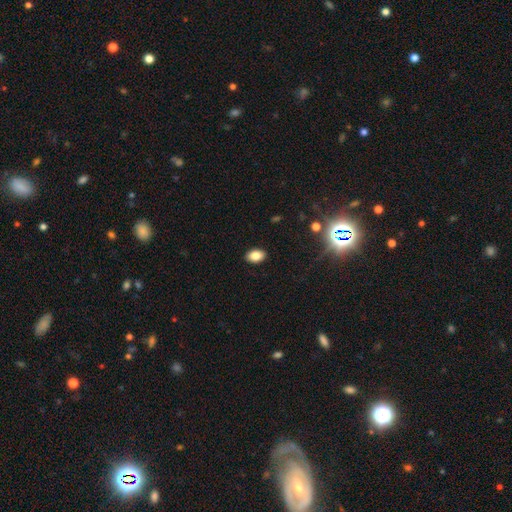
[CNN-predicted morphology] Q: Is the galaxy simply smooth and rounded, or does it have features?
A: smooth — 83%.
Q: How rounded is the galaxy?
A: in between — 89%.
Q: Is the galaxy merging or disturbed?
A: none — 89%.